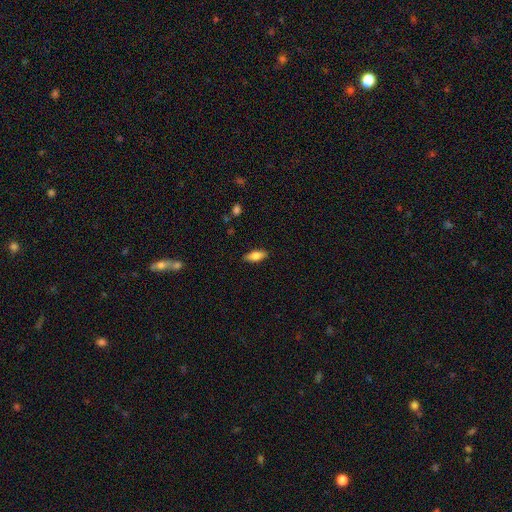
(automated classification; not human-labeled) smooth_or_featured: smooth (p=0.77) [alt: featured or disk p=0.16]
how_rounded: in between (p=0.75) [alt: cigar-shaped p=0.22]
merging: none (p=0.87) [alt: minor disturbance p=0.10]